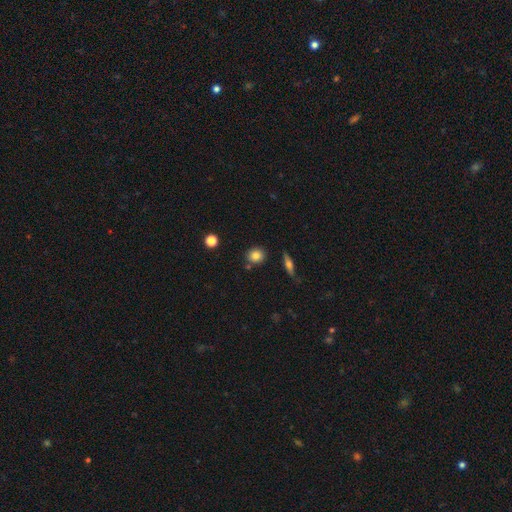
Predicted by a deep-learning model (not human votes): Overall: smooth (82%). How rounded: round (82%). Merging: none (81%).